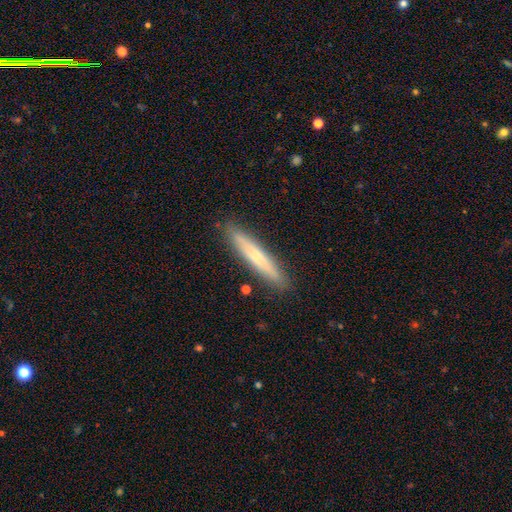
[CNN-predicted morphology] type=smooth (58%); roundness=cigar-shaped (93%); merging=none (89%).